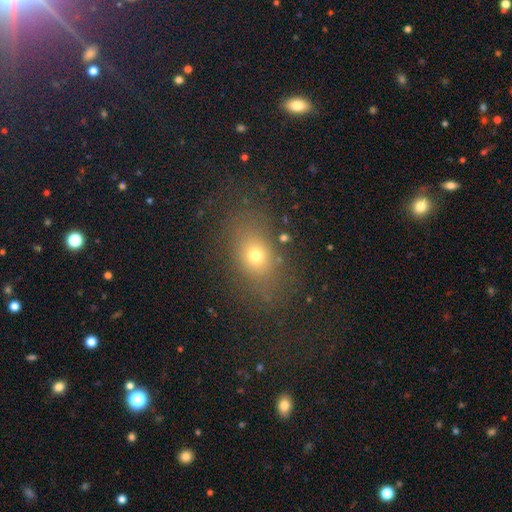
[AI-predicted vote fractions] smooth 67%, star or artifact 19%, featured or disk 14%. Down the decision tree: how rounded — in between (63%); merging — none (76%).